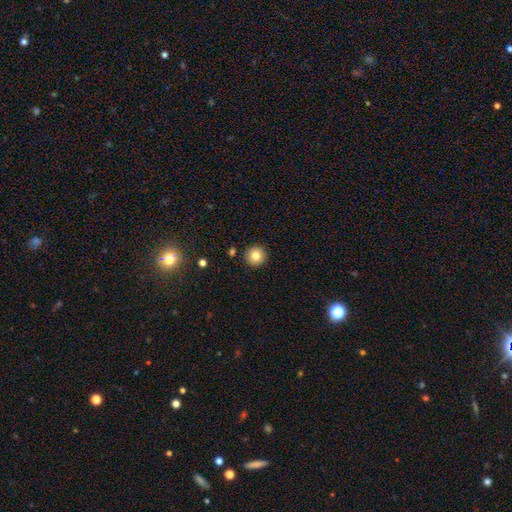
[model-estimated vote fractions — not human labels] This is clearly a smooth galaxy (83%). How rounded: clearly round (96%). Merging: clearly none (91%).